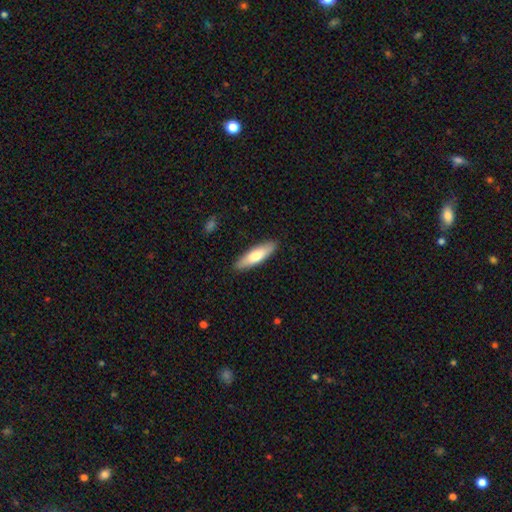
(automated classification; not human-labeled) Smooth or featured? smooth (70%)
How rounded? cigar-shaped (66%)
Merging? none (90%)